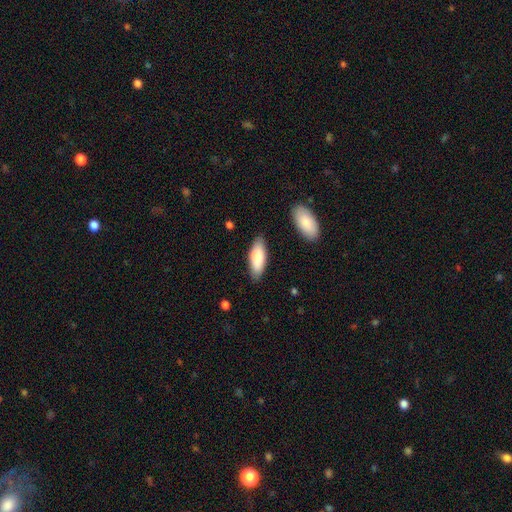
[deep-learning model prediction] smooth_or_featured: smooth (p=0.82) [alt: featured or disk p=0.12]
how_rounded: in between (p=0.72) [alt: cigar-shaped p=0.26]
merging: none (p=0.83) [alt: minor disturbance p=0.12]